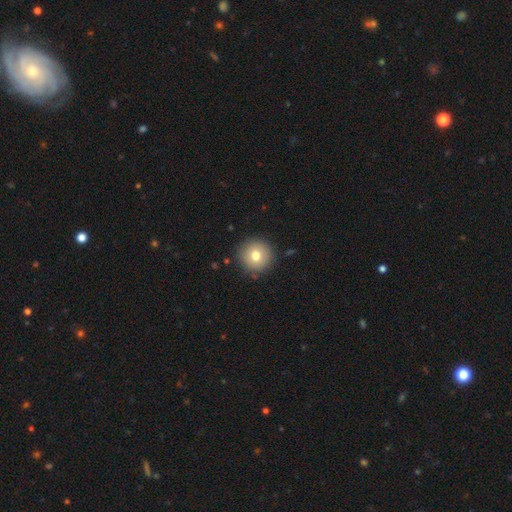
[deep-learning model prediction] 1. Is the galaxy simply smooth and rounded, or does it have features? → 75% smooth, 15% featured or disk, 10% star or artifact.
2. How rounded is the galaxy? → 95% round, 4% in between, 1% cigar-shaped.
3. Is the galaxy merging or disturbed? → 90% none, 7% minor disturbance, 2% major disturbance, 1% merger.